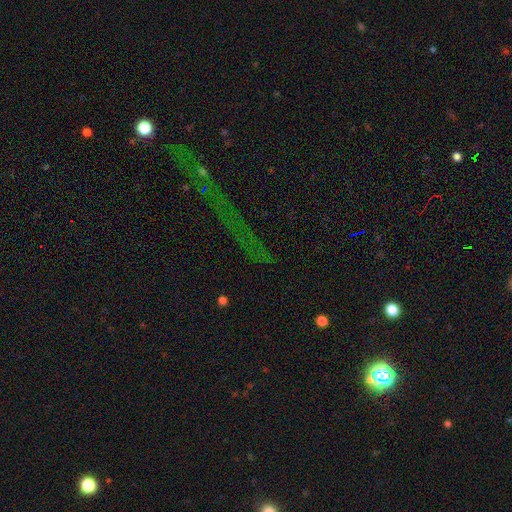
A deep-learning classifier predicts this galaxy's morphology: This appears to be a star or artifact, not a galaxy (74%).